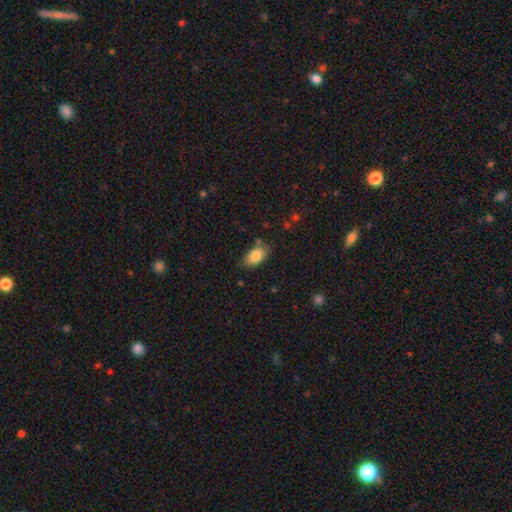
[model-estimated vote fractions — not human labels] A smooth galaxy with no disk features (84%) that is in between round and cigar-shaped (91%).

Vote fractions:
- Smooth or featured? smooth: 84% / featured or disk: 9% / star or artifact: 7%
- How rounded? in between: 91% / round: 7% / cigar-shaped: 3%
- Merging? none: 76% / minor disturbance: 17% / merger: 4% / major disturbance: 4%